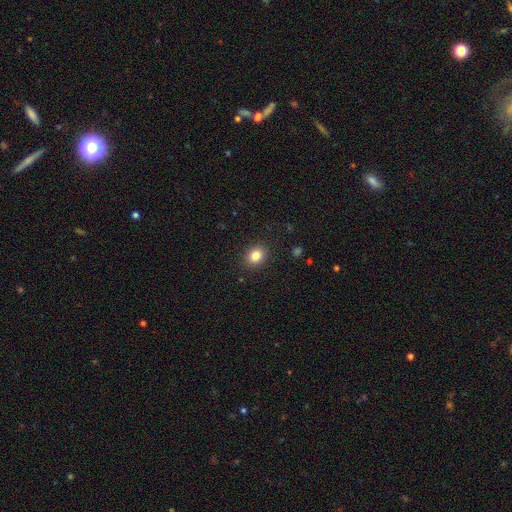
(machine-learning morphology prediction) A smooth galaxy with no disk features (84%) that is round (56%). Merging: none (89%).